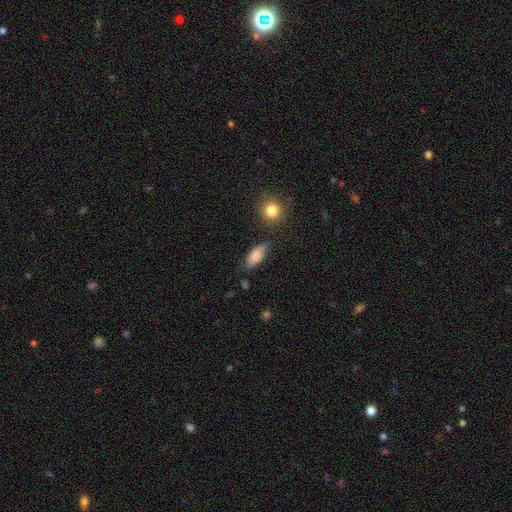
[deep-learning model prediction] Q: Smooth or featured?
A: smooth (74%); runner-up: featured or disk (18%)
Q: How rounded?
A: in between (84%); runner-up: cigar-shaped (12%)
Q: Merging?
A: none (69%); runner-up: minor disturbance (22%)